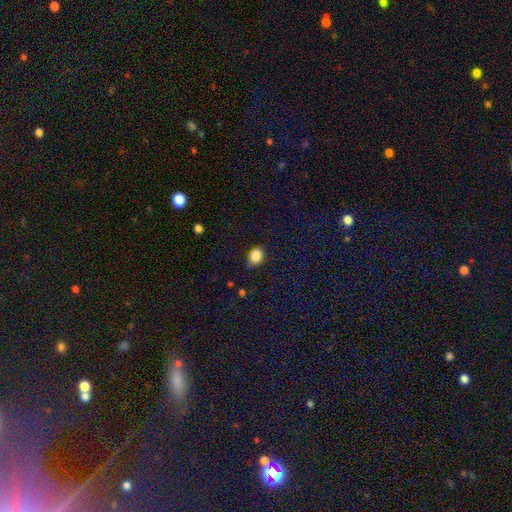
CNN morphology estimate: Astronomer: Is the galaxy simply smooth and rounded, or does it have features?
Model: smooth — 87%.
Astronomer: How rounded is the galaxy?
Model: in between — 68%.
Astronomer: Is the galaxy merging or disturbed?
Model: none — 80%.